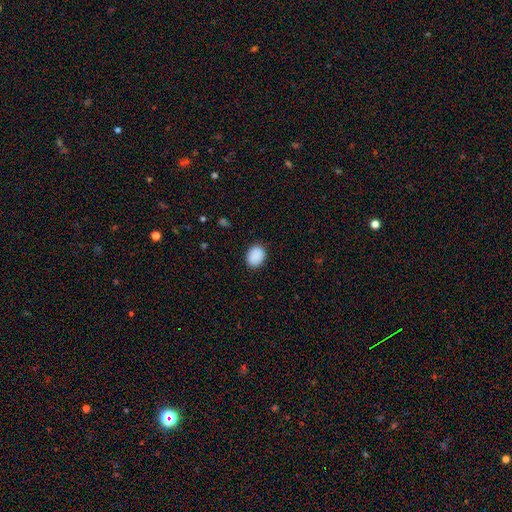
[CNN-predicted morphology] A smooth galaxy with no disk features (90%) that is in between round and cigar-shaped (55%). Merging: none (88%).